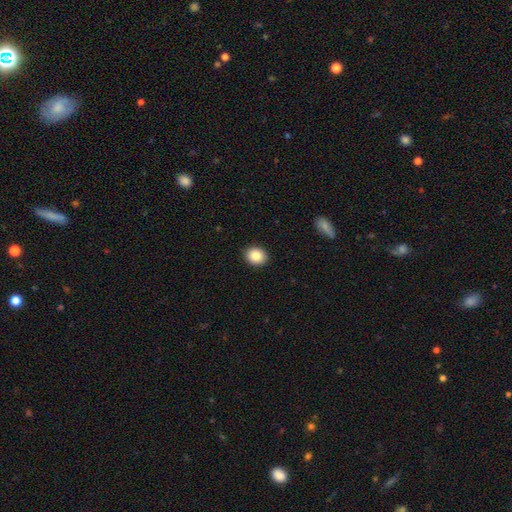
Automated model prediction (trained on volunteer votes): smooth_or_featured: smooth (p=0.87) [alt: star or artifact p=0.08]
how_rounded: round (p=0.62) [alt: in between p=0.37]
merging: none (p=0.91) [alt: minor disturbance p=0.06]